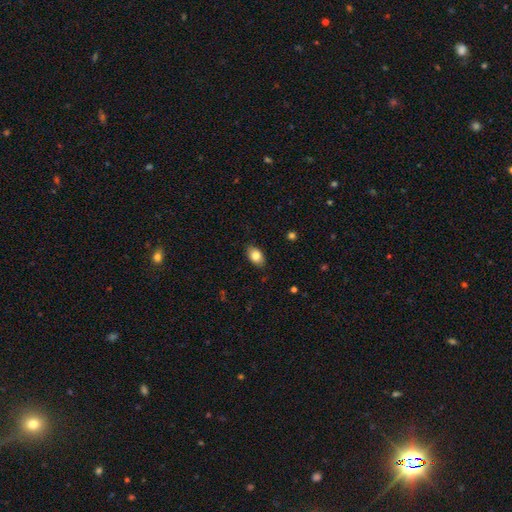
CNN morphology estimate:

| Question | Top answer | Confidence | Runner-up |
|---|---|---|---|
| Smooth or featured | smooth | 83% | featured or disk (10%) |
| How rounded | in between | 88% | round (10%) |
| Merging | none | 85% | minor disturbance (12%) |